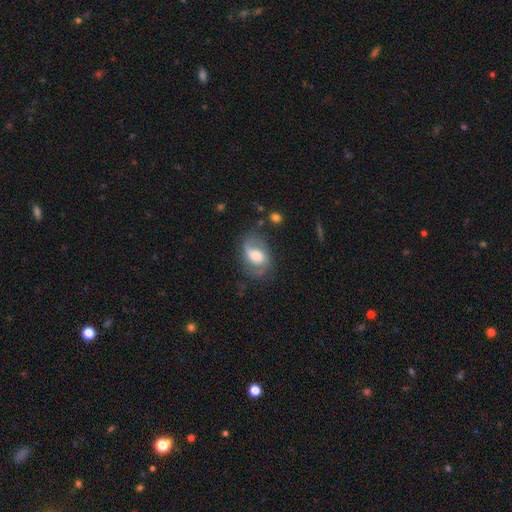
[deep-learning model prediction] The model was most divided on "spiral winding": medium: 44%, loose: 40%, tight: 17%. Remaining: edge-on disk — no (97%); spiral arms — yes (89%); spiral arm count — 2 (76%); smooth or featured — featured or disk (67%); merging — none (58%); bulge size — moderate (54%); bar — no (48%).